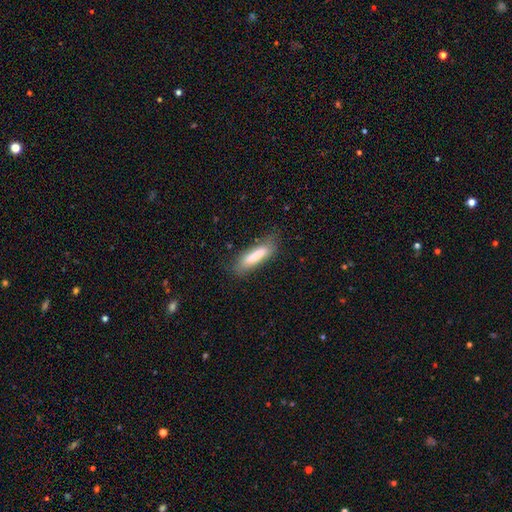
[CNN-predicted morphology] This appears to be a smooth galaxy with no disk features (79%) that is cigar-shaped (70%). Merging: none (74%).